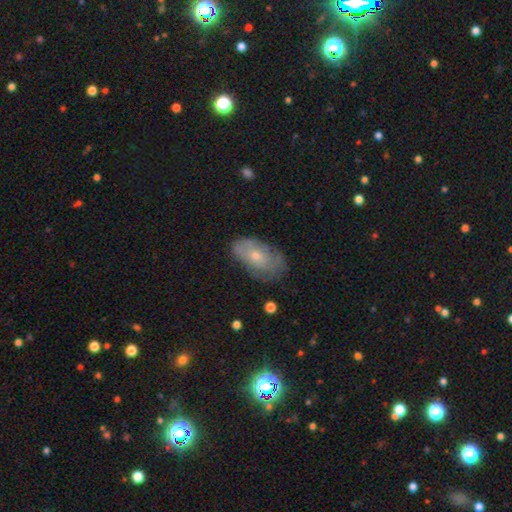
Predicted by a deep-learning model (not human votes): A smooth galaxy with no disk features (50%). Merging: none (64%).